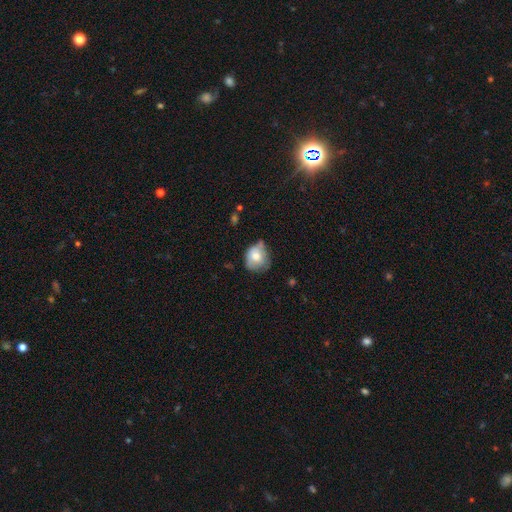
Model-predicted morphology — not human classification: smooth_or_featured: smooth (p=0.71) [alt: featured or disk p=0.21]
how_rounded: round (p=0.67) [alt: in between p=0.32]
merging: none (p=0.43) [alt: minor disturbance p=0.37]